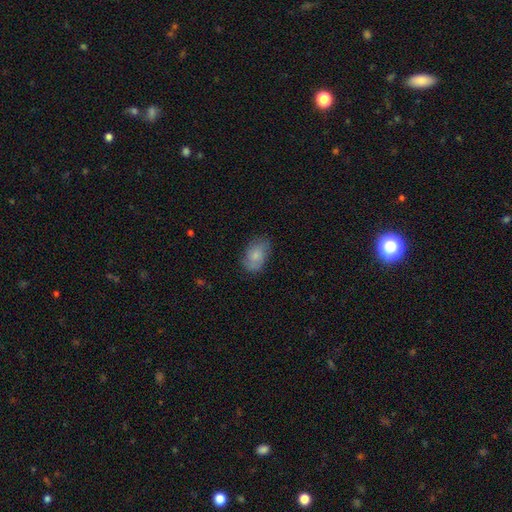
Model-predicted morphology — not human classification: The model was most divided on "smooth or featured": smooth: 71%, featured or disk: 22%, star or artifact: 7%. More confident: how rounded — in between (86%); merging — none (72%).